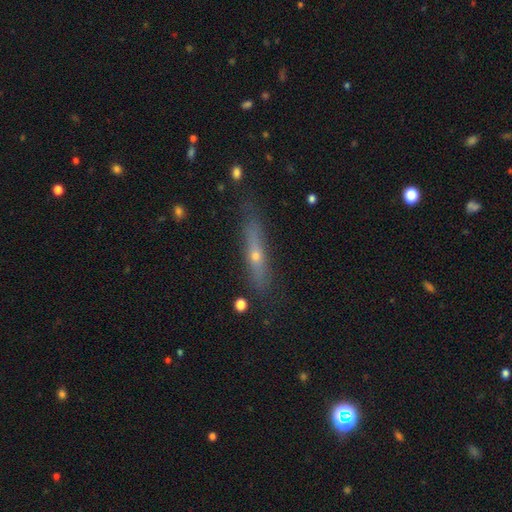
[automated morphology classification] Smooth or featured? featured or disk (51%)
Edge-on disk? yes (83%)
Merging? none (78%)